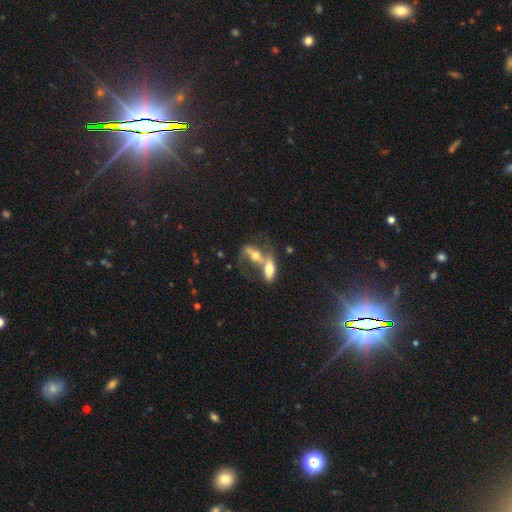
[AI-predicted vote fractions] This appears to be a star or artifact, not a galaxy (69%).